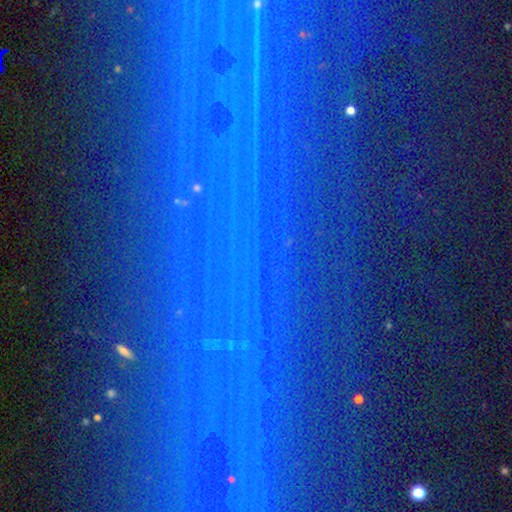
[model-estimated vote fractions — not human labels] This is likely a star or artifact rather than a galaxy (80%).